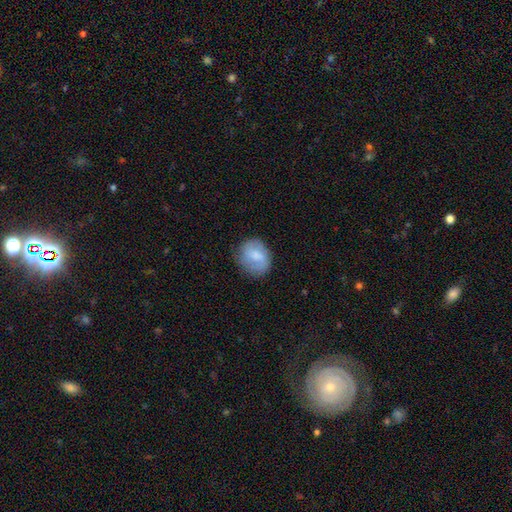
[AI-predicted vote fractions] A smooth galaxy with no disk features (63%) that is round (62%).

Vote fractions:
- Smooth or featured? smooth: 63% / featured or disk: 30% / star or artifact: 7%
- How rounded? round: 62% / in between: 36% / cigar-shaped: 1%
- Merging? none: 70% / minor disturbance: 21% / major disturbance: 8% / merger: 1%